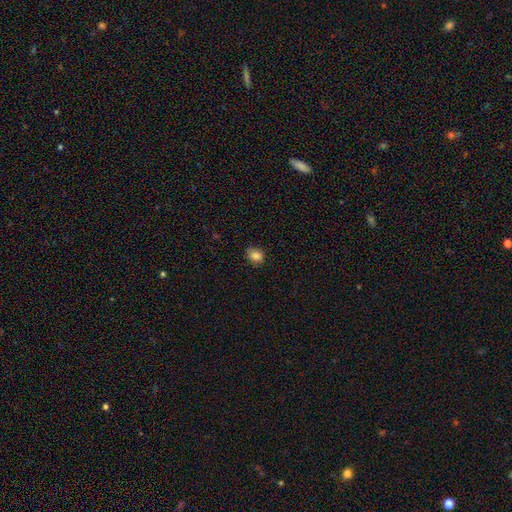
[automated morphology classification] Q: Smooth or featured?
A: smooth (83%); runner-up: star or artifact (10%)
Q: How rounded?
A: in between (55%); runner-up: round (43%)
Q: Merging?
A: none (78%); runner-up: minor disturbance (18%)